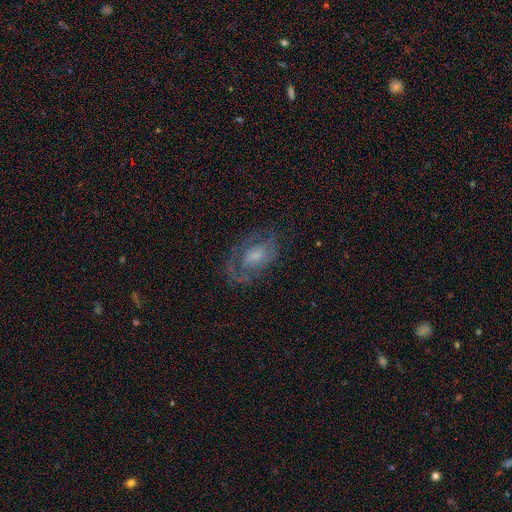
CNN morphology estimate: Overall: featured or disk (69%). Edge-on disk: no (96%). Bar: no (62%; weak 32%). Spiral arms: yes (77%). Spiral arm count: 2 (39%; 1 27%). Spiral winding: tight (43%; medium 39%). Bulge size: small (44%; moderate 38%). Merging: none (60%; minor disturbance 20%).